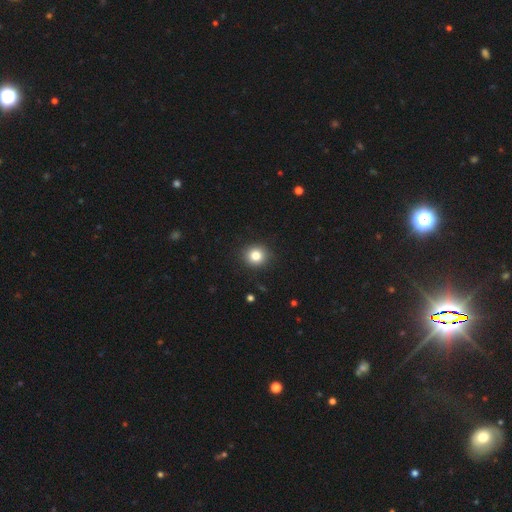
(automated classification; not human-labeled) smooth 82%, star or artifact 11%, featured or disk 6%. Down the decision tree: how rounded — round (88%); merging — none (90%).